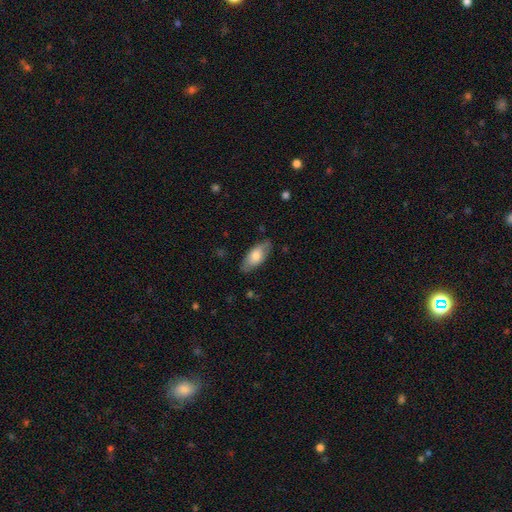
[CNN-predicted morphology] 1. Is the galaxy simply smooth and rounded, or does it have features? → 71% smooth, 23% featured or disk, 6% star or artifact.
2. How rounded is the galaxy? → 87% in between, 11% cigar-shaped, 2% round.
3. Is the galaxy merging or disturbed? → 79% none, 17% minor disturbance, 3% major disturbance, 1% merger.